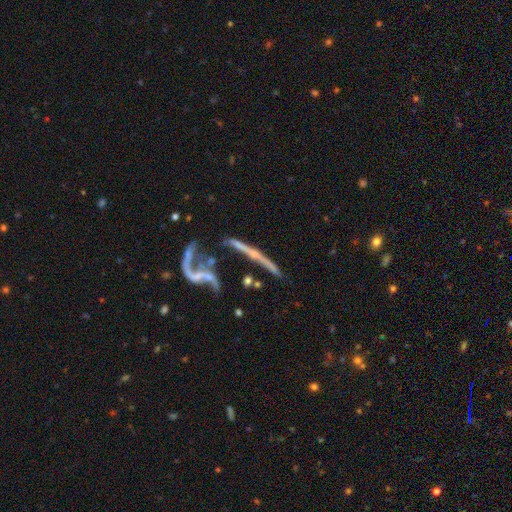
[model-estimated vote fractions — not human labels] smooth-or-featured: featured or disk: 65% | star or artifact: 19% | smooth: 16%
  disk-edge-on: no: 55% | yes: 45%
  merging: none: 35% | merger: 34% | major disturbance: 18% | minor disturbance: 13%